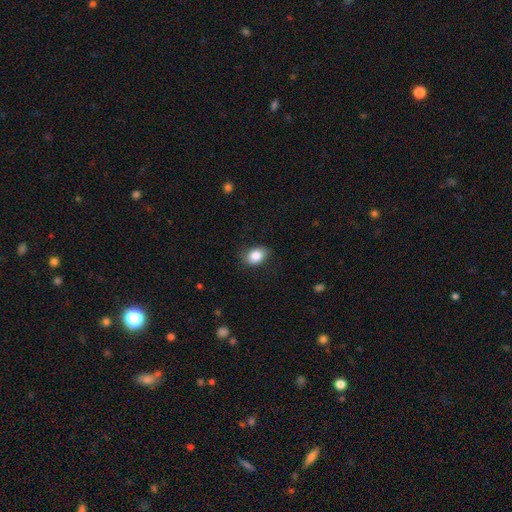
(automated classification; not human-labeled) A smooth galaxy with no disk features (86%) that is in between round and cigar-shaped (71%).

Vote fractions:
- Smooth or featured? smooth: 86% / star or artifact: 8% / featured or disk: 7%
- How rounded? in between: 71% / round: 28% / cigar-shaped: 1%
- Merging? none: 77% / minor disturbance: 17% / major disturbance: 4% / merger: 1%